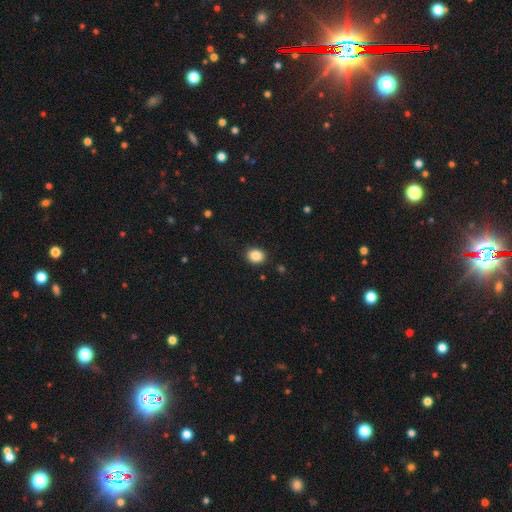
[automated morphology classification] Overall: smooth (87%). How rounded: round (54%; in between 45%). Merging: none (90%).